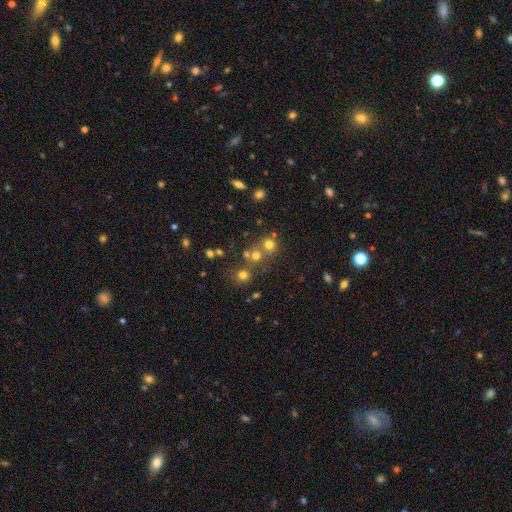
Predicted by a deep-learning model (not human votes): Smooth or featured? Predicted: smooth (p=0.65). How rounded? Predicted: round (p=0.87). Merging? Predicted: none (p=0.58).